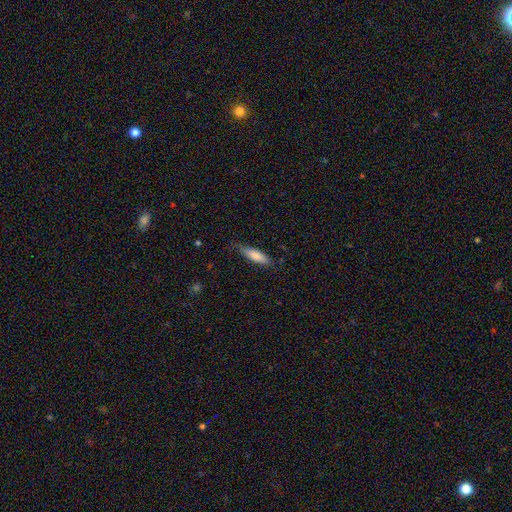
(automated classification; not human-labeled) Q: Smooth or featured?
A: smooth (77%); runner-up: featured or disk (17%)
Q: How rounded?
A: cigar-shaped (59%); runner-up: in between (39%)
Q: Merging?
A: none (75%); runner-up: minor disturbance (20%)